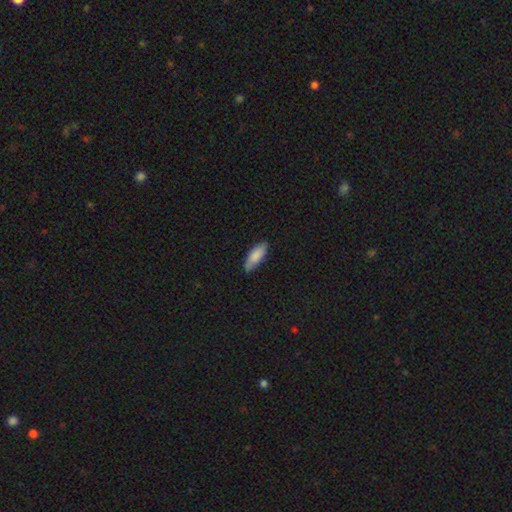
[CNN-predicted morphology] This is clearly a smooth galaxy (85%). How rounded: likely in between (68%). Merging: clearly none (82%).